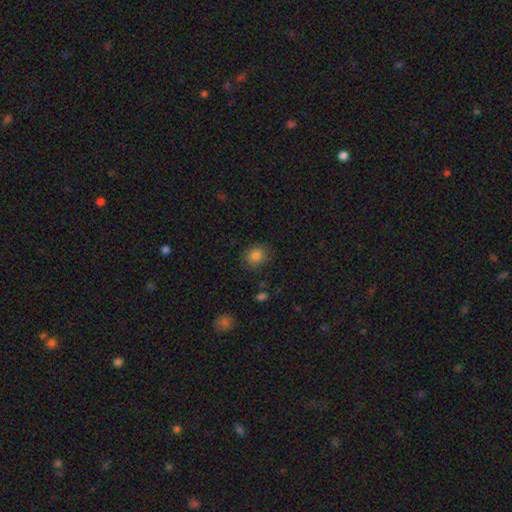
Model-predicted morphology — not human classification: Smooth or featured? Predicted: smooth (p=0.84). How rounded? Predicted: round (p=0.76). Merging? Predicted: none (p=0.84).